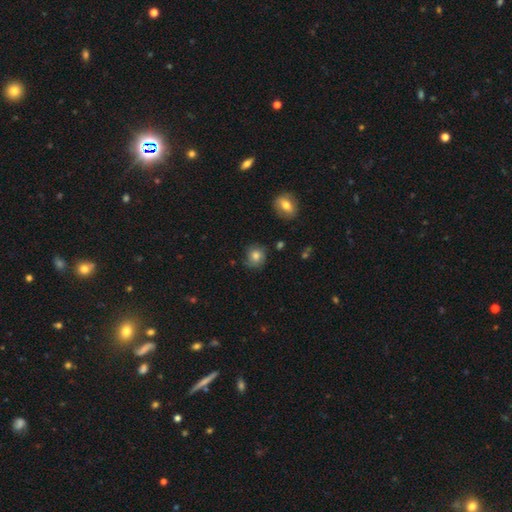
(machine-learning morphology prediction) Smooth or featured: smooth — 71% (featured or disk — 19%)
How rounded: round — 83% (in between — 16%)
Merging: none — 70% (minor disturbance — 21%)